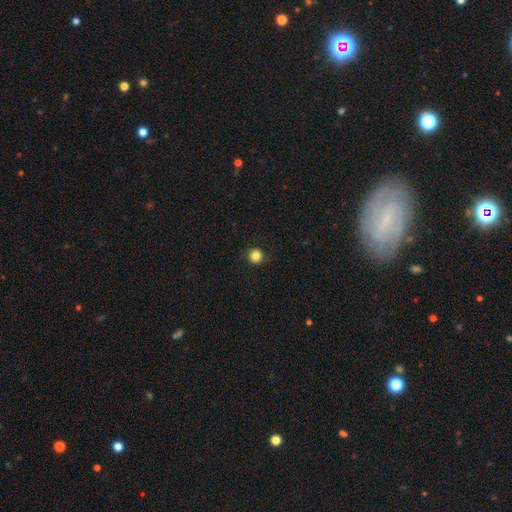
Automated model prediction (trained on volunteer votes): Smooth or featured? Predicted: smooth (p=0.84). How rounded? Predicted: round (p=0.94). Merging? Predicted: none (p=0.87).